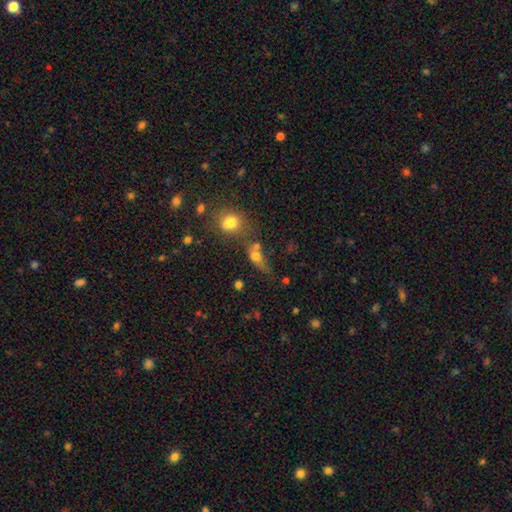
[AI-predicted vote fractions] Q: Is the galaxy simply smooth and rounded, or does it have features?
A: smooth — 67%.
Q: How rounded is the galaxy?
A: in between — 56%.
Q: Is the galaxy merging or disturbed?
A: merger — 37%.